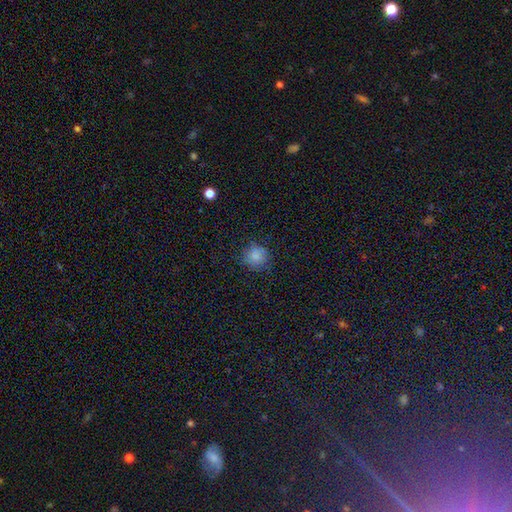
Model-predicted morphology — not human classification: Smooth or featured?
  - smooth: 81% *
  - star or artifact: 12%
  - featured or disk: 7%
How rounded?
  - round: 85% *
  - in between: 14%
  - cigar-shaped: 1%
Merging?
  - none: 76% *
  - minor disturbance: 18%
  - major disturbance: 5%
  - merger: 1%